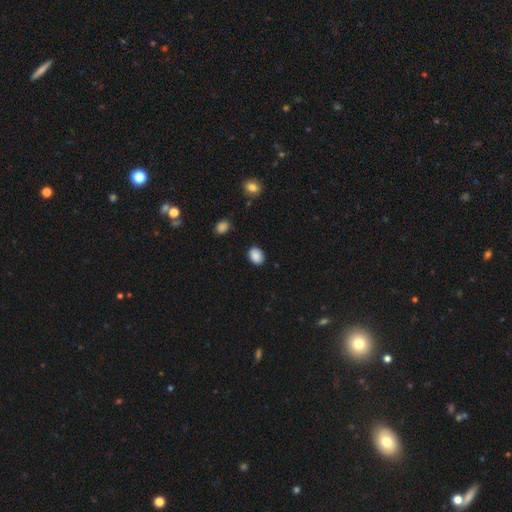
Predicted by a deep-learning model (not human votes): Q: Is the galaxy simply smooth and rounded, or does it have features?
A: smooth — 87%.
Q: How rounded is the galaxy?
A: in between — 58%.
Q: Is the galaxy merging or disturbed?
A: none — 86%.